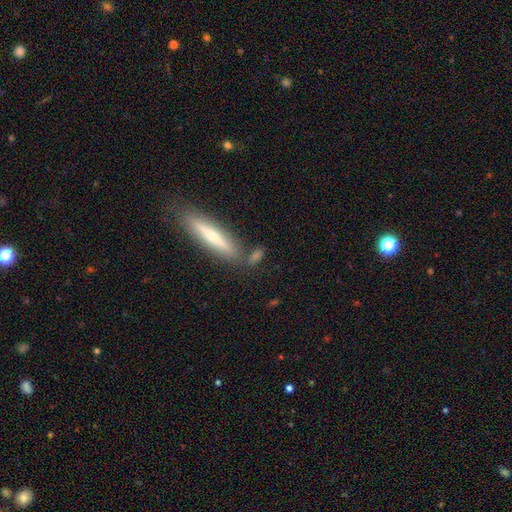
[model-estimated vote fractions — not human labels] The model was most divided on "smooth or featured": smooth: 55%, featured or disk: 36%, star or artifact: 9%. More confident: how rounded — cigar-shaped (76%); merging — none (72%).